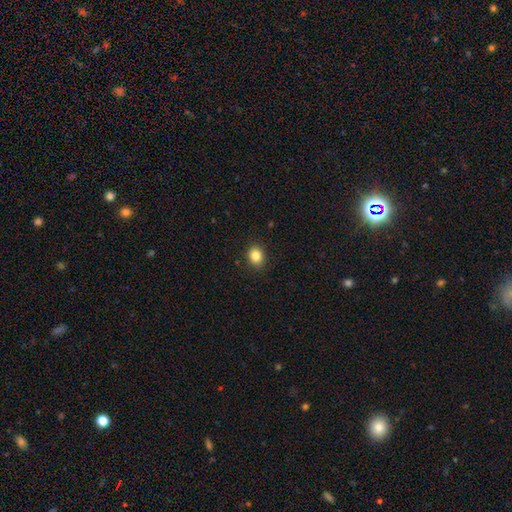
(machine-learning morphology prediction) smooth_or_featured: smooth (p=0.84) [alt: star or artifact p=0.11]
how_rounded: round (p=0.62) [alt: in between p=0.37]
merging: none (p=0.90) [alt: minor disturbance p=0.07]